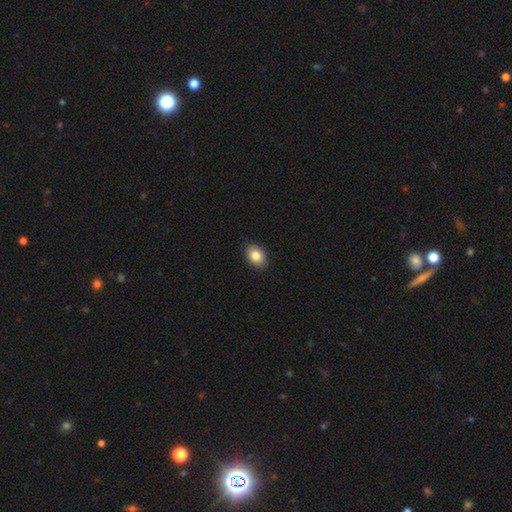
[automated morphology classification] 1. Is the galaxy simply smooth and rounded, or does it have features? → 84% smooth, 8% star or artifact, 7% featured or disk.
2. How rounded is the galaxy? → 73% in between, 26% round, 1% cigar-shaped.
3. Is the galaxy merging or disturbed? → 90% none, 7% minor disturbance, 2% major disturbance, 1% merger.